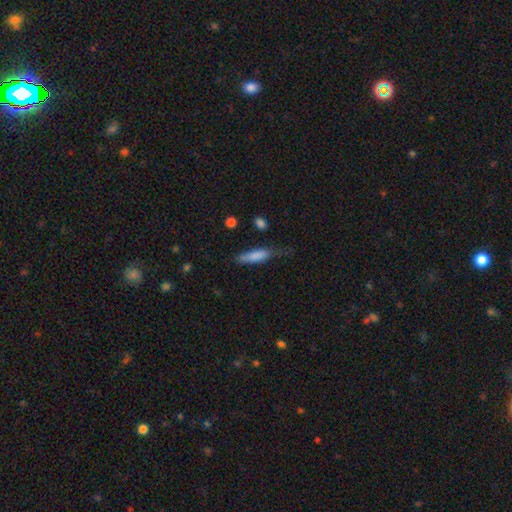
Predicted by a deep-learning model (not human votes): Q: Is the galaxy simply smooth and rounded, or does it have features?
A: smooth — 79%.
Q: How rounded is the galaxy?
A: cigar-shaped — 65%.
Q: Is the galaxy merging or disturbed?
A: none — 50%.